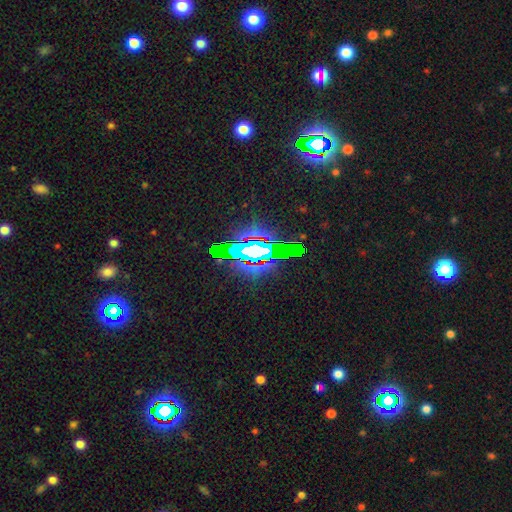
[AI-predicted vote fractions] smooth_or_featured: star or artifact (p=0.61) [alt: featured or disk p=0.22]